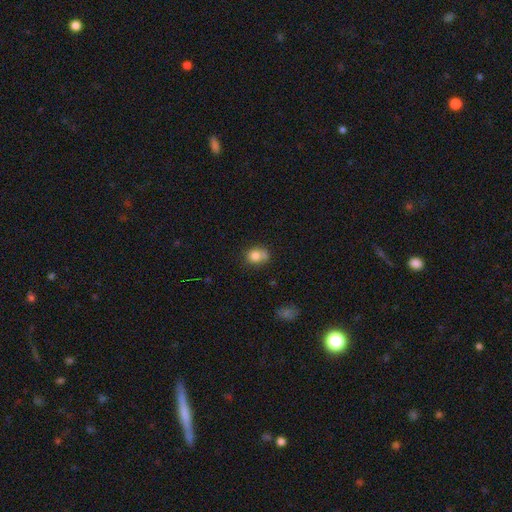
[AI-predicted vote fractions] A smooth galaxy with no disk features (79%) that is round (66%).

Vote fractions:
- Smooth or featured? smooth: 79% / featured or disk: 10% / star or artifact: 10%
- How rounded? round: 66% / in between: 33% / cigar-shaped: 1%
- Merging? none: 50% / minor disturbance: 23% / merger: 19% / major disturbance: 8%